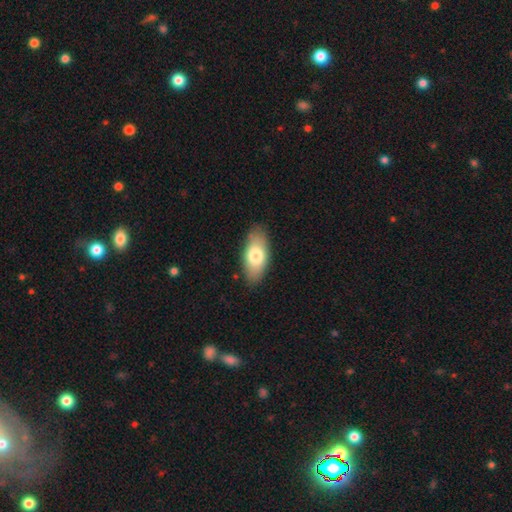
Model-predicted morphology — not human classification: Q: Smooth or featured?
A: smooth (75%); runner-up: featured or disk (18%)
Q: How rounded?
A: in between (89%); runner-up: cigar-shaped (8%)
Q: Merging?
A: none (84%); runner-up: minor disturbance (12%)